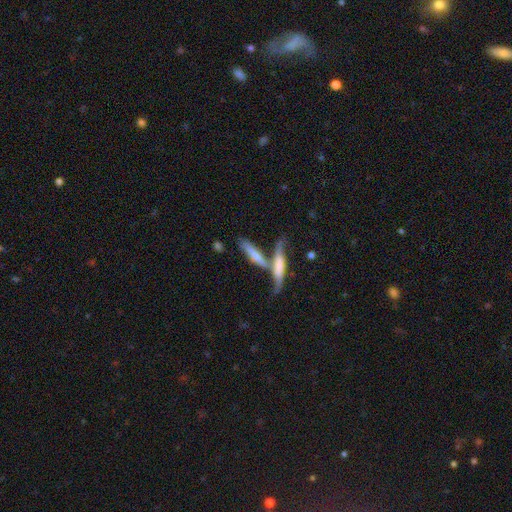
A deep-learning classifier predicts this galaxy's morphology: Smooth or featured?
  - smooth: 52% *
  - featured or disk: 40%
  - star or artifact: 8%
How rounded?
  - cigar-shaped: 78% *
  - in between: 19%
  - round: 2%
Merging?
  - merger: 53% *
  - none: 32%
  - minor disturbance: 10%
  - major disturbance: 5%